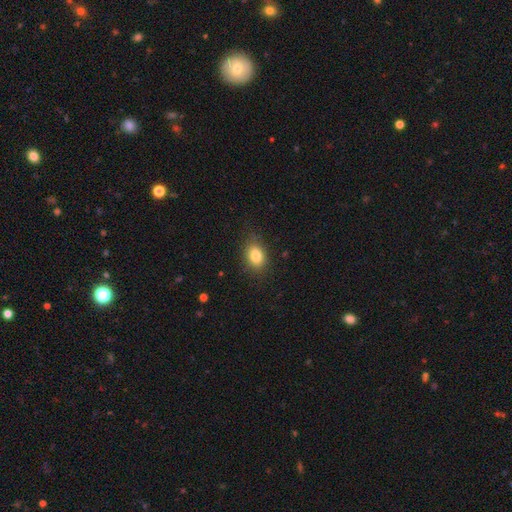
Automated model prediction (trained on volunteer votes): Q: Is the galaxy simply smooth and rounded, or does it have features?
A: smooth — 82%.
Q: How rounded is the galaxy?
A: in between — 71%.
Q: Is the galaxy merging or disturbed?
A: none — 80%.